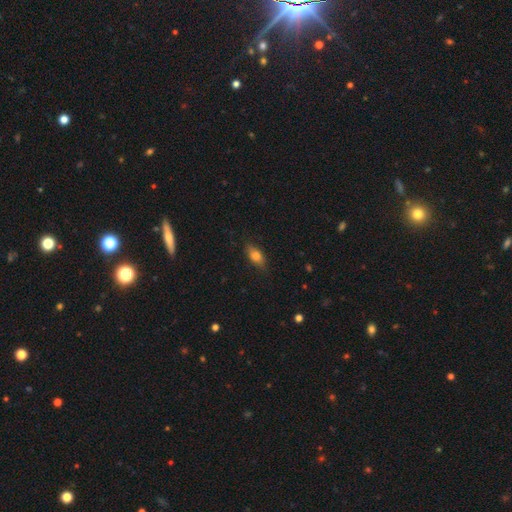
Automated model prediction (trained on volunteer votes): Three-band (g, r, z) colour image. It shows a smooth galaxy with no disk features (74%) that is in between round and cigar-shaped (80%). Merging: none (80%).